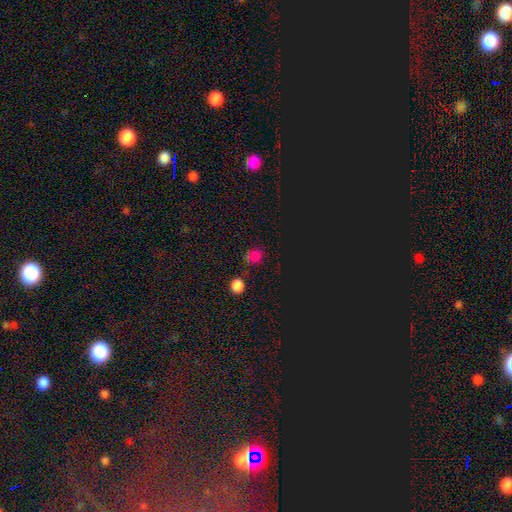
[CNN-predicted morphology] This appears to be a smooth galaxy with no disk features (58%) that is round (79%). Merging: none (70%).